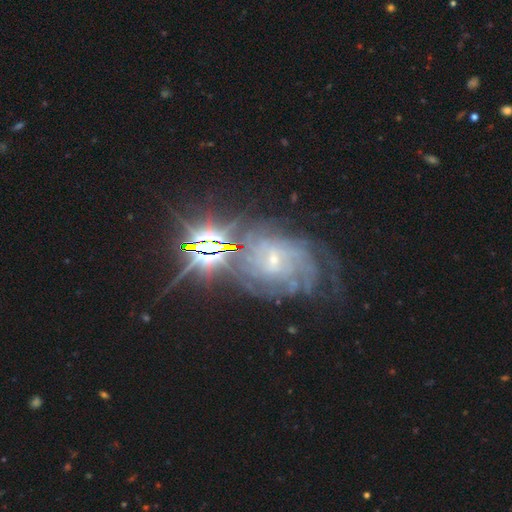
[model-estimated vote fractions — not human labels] Smooth or featured? Predicted: featured or disk (p=0.67). Edge-on disk? Predicted: no (p=0.93). Bar? Predicted: no (p=0.67). Spiral arms? Predicted: yes (p=0.89). Spiral winding? Predicted: tight (p=0.73). Spiral arm count? Predicted: can't tell (p=0.36). Bulge size? Predicted: small (p=0.65). Merging? Predicted: none (p=0.54).